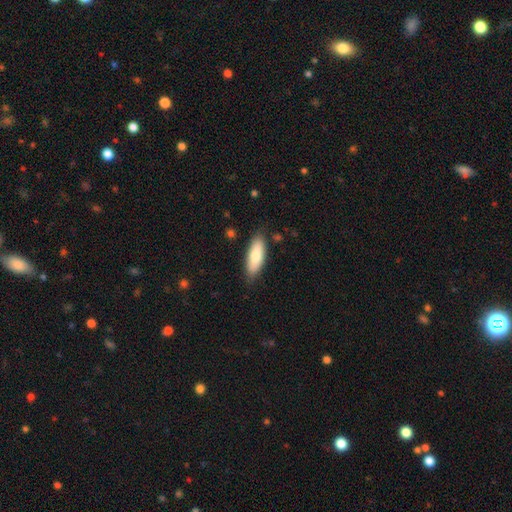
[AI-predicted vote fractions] smooth 77%, featured or disk 18%, star or artifact 6%. Down the decision tree: how rounded — in between (65%); merging — none (83%).